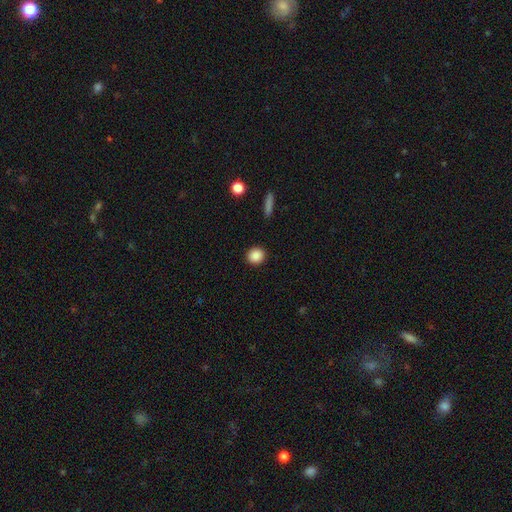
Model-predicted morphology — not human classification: This appears to be a smooth galaxy with no disk features (88%) that is round (85%). Merging: none (92%).